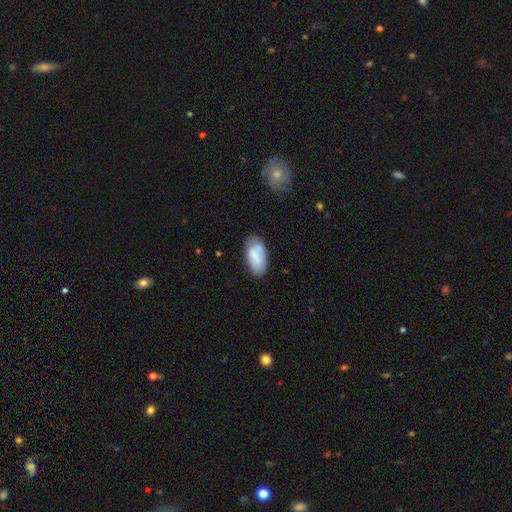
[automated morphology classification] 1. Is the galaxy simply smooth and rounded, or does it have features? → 75% smooth, 18% featured or disk, 7% star or artifact.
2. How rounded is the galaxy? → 94% in between, 4% cigar-shaped, 2% round.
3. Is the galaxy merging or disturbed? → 65% none, 22% minor disturbance, 6% merger, 6% major disturbance.